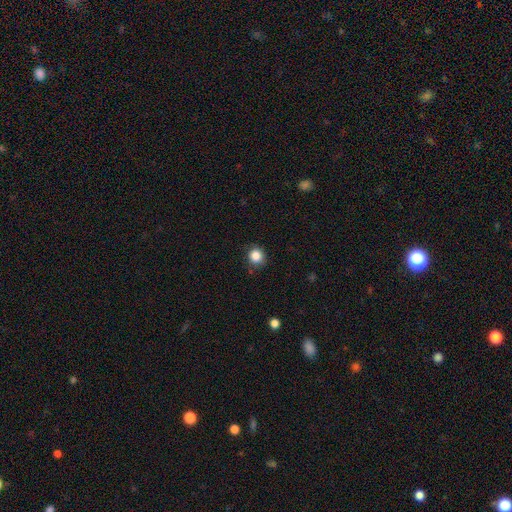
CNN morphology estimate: type=smooth (85%); roundness=round (88%); merging=none (85%).